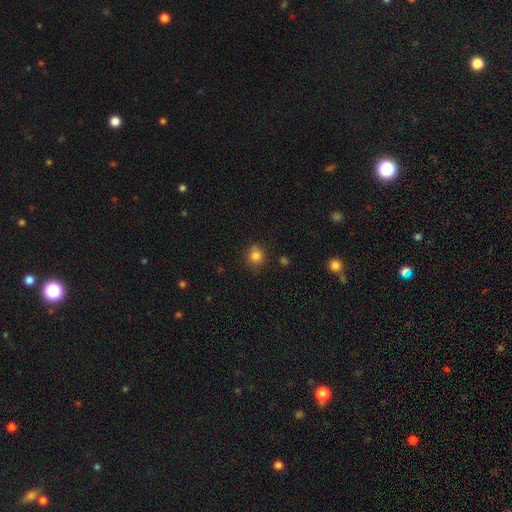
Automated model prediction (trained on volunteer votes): A smooth galaxy with no disk features (82%) that is round (81%).

Vote fractions:
- Smooth or featured? smooth: 82% / star or artifact: 12% / featured or disk: 6%
- How rounded? round: 81% / in between: 18% / cigar-shaped: 1%
- Merging? none: 76% / minor disturbance: 17% / major disturbance: 4% / merger: 3%